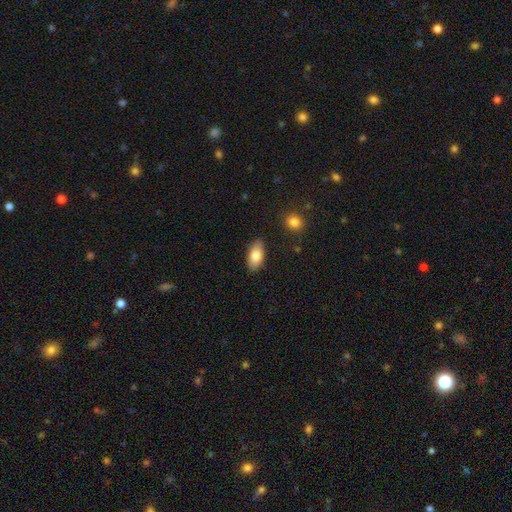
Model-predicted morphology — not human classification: smooth-or-featured: smooth: 79% | featured or disk: 14% | star or artifact: 7%
  how-rounded: in between: 90% | cigar-shaped: 6% | round: 3%
  merging: none: 85% | minor disturbance: 11% | major disturbance: 2% | merger: 2%